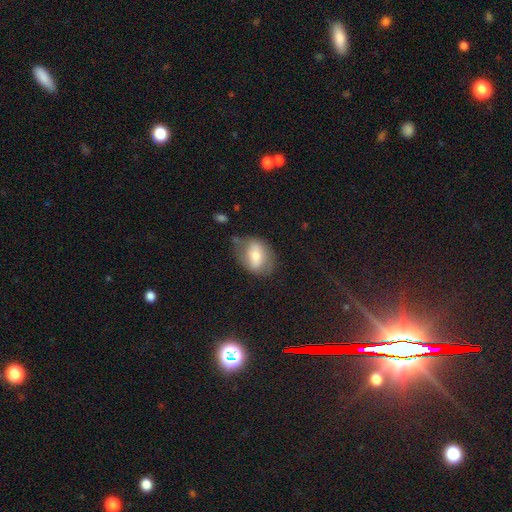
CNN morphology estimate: This appears to be a smooth galaxy with no disk features (61%) that is in between round and cigar-shaped (69%). Merging: none (63%).